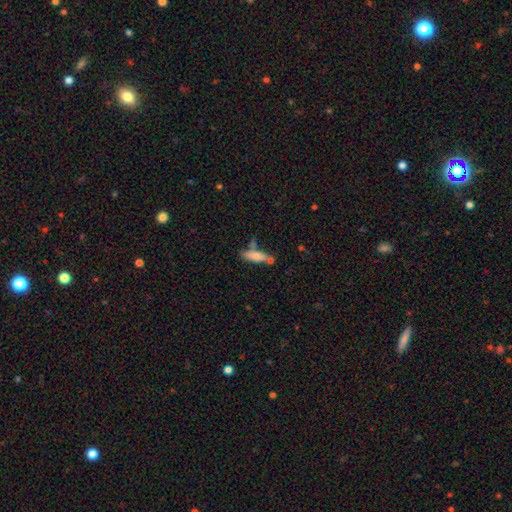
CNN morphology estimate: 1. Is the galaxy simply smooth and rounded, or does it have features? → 77% smooth, 15% featured or disk, 7% star or artifact.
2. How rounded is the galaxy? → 53% in between, 44% cigar-shaped, 2% round.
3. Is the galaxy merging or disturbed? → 53% none, 20% minor disturbance, 20% merger, 7% major disturbance.